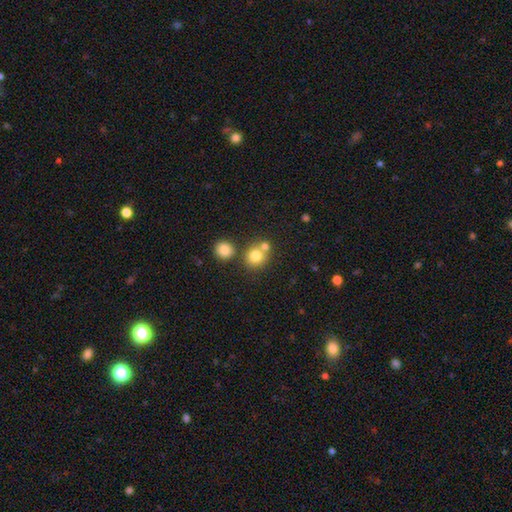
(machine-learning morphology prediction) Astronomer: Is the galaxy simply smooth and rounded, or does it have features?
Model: smooth — 78%.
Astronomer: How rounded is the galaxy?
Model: round — 84%.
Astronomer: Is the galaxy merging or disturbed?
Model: none — 55% (runner-up: merger, 34%).